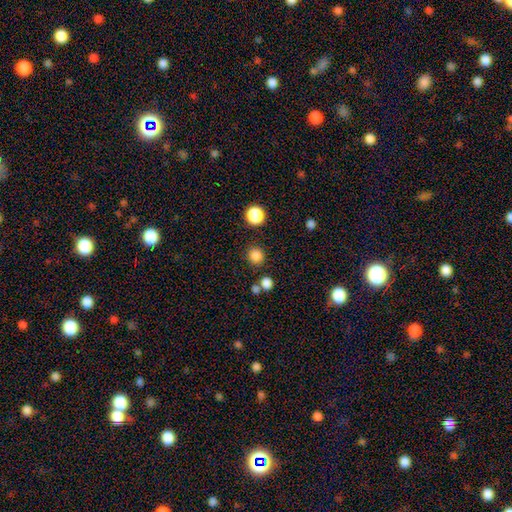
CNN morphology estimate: A smooth galaxy with no disk features (84%) that is round (92%).

Vote fractions:
- Smooth or featured? smooth: 84% / star or artifact: 13% / featured or disk: 3%
- How rounded? round: 92% / in between: 7% / cigar-shaped: 1%
- Merging? none: 85% / minor disturbance: 7% / merger: 5% / major disturbance: 3%